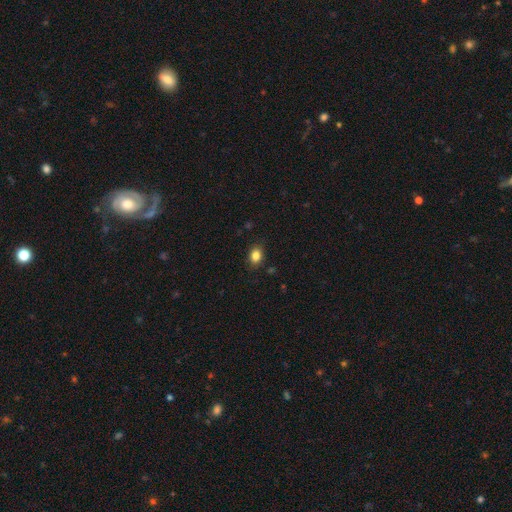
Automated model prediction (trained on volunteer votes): Smooth or featured?
  - smooth: 84% *
  - star or artifact: 10%
  - featured or disk: 6%
How rounded?
  - in between: 68% *
  - round: 31%
  - cigar-shaped: 1%
Merging?
  - none: 85% *
  - minor disturbance: 11%
  - major disturbance: 3%
  - merger: 1%